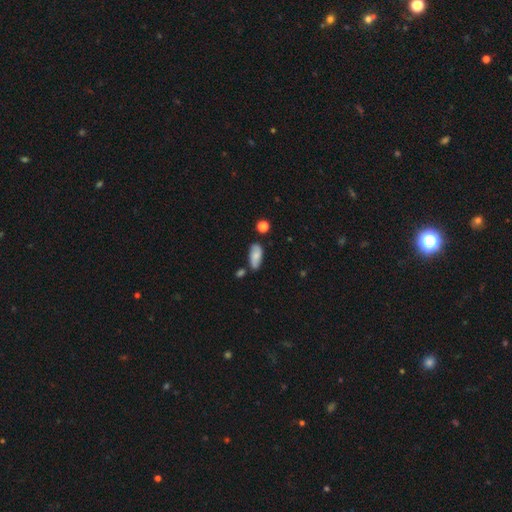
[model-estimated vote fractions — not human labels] Q: Smooth or featured?
A: smooth (73%); runner-up: featured or disk (20%)
Q: How rounded?
A: in between (86%); runner-up: cigar-shaped (11%)
Q: Merging?
A: none (68%); runner-up: minor disturbance (21%)